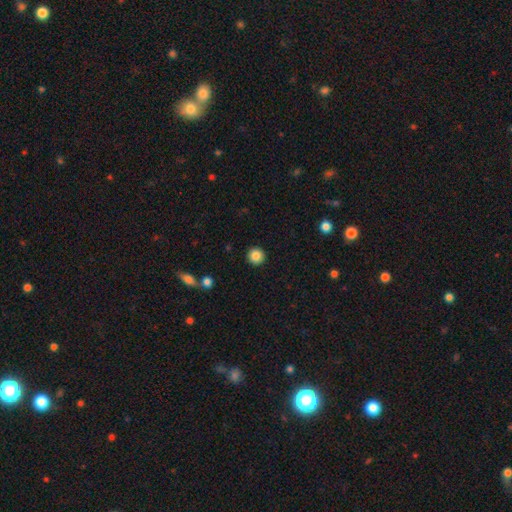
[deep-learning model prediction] The model was most divided on "smooth or featured": smooth: 86%, star or artifact: 9%, featured or disk: 4%. More confident: how rounded — round (95%); merging — none (93%).